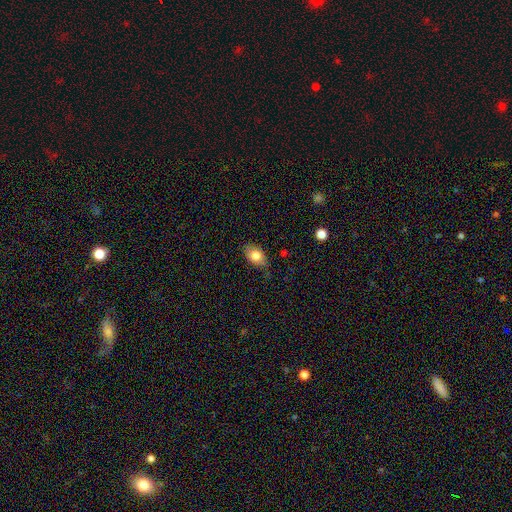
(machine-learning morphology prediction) type=smooth (80%); roundness=in between (86%); merging=none (75%).